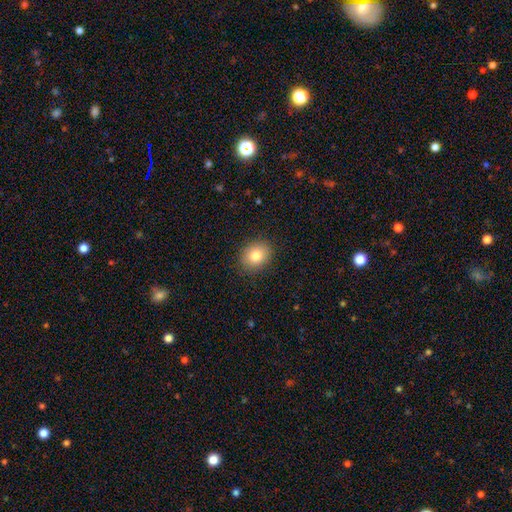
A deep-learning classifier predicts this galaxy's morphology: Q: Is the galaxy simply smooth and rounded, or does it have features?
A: smooth — 82%.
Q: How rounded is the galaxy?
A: round — 55%.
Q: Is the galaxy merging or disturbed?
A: none — 89%.